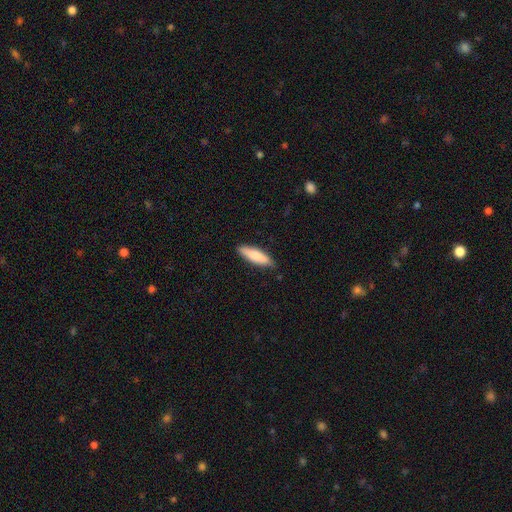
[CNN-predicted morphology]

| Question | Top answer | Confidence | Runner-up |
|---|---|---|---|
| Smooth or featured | smooth | 82% | featured or disk (13%) |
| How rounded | cigar-shaped | 57% | in between (42%) |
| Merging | none | 82% | minor disturbance (14%) |